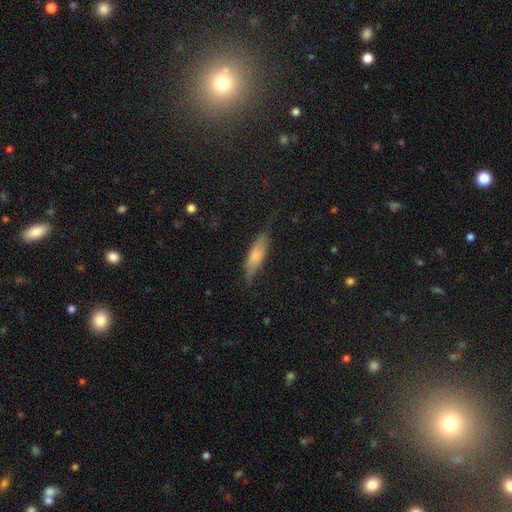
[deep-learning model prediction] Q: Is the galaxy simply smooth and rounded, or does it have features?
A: smooth — 69%.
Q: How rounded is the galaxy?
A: cigar-shaped — 57%.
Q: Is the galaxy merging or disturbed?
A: none — 65%.